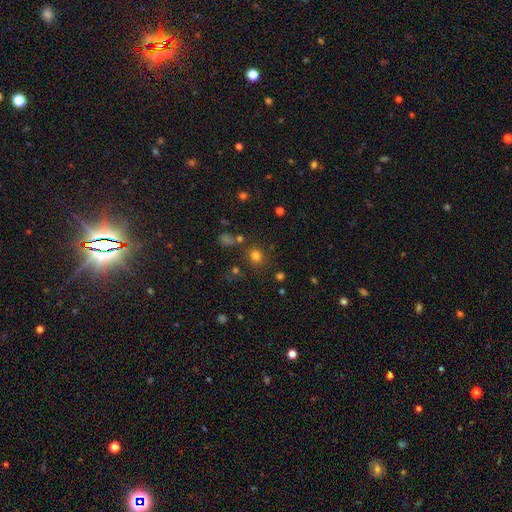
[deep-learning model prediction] Smooth or featured: smooth — 75% (star or artifact — 18%)
How rounded: round — 83% (in between — 16%)
Merging: none — 81% (minor disturbance — 9%)